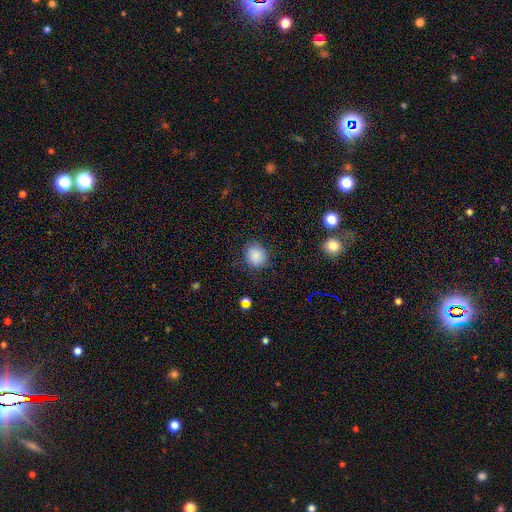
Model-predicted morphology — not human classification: Smooth or featured?
  - smooth: 86% *
  - star or artifact: 9%
  - featured or disk: 5%
How rounded?
  - round: 65% *
  - in between: 34%
  - cigar-shaped: 1%
Merging?
  - none: 80% *
  - minor disturbance: 15%
  - major disturbance: 4%
  - merger: 1%